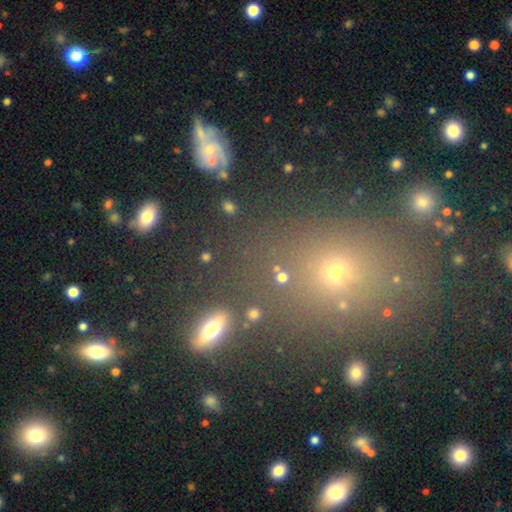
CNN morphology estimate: smooth_or_featured: smooth (p=0.47) [alt: star or artifact p=0.41]
merging: none (p=0.75) [alt: minor disturbance p=0.11]